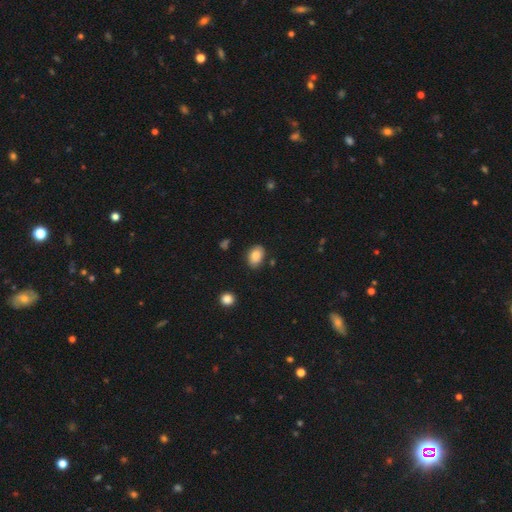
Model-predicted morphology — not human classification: smooth_or_featured: smooth (p=0.86) [alt: star or artifact p=0.08]
how_rounded: in between (p=0.81) [alt: round p=0.18]
merging: none (p=0.82) [alt: minor disturbance p=0.13]